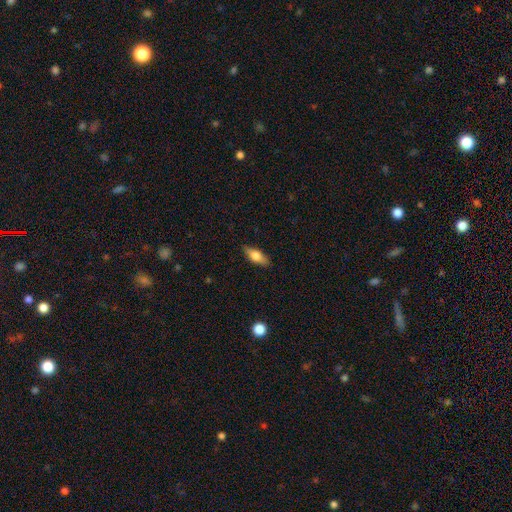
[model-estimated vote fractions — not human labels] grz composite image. It shows a smooth galaxy with no disk features (65%) that is in between round and cigar-shaped (68%). Merging: none (85%).